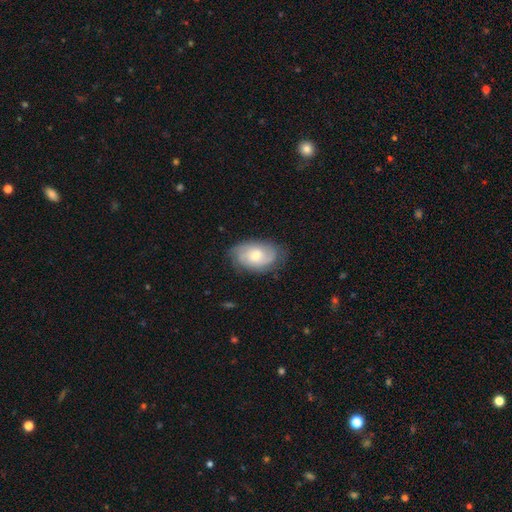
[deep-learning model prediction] smooth-or-featured: featured or disk: 60% | smooth: 33% | star or artifact: 7%
  disk-edge-on: no: 95% | yes: 5%
    bar: no: 66% | weak: 30% | strong: 4%
    has-spiral-arms: yes: 89% | no: 11%
      spiral-winding: tight: 47% | medium: 38% | loose: 15%
      spiral-arm-count: 2: 41% | can't tell: 33% | 3: 15% | 1: 5% | 4: 4% | more than 4: 3%
    bulge-size: moderate: 56% | small: 37% | large: 5% | none: 2% | dominant: 1%
  merging: none: 74% | minor disturbance: 19% | major disturbance: 6% | merger: 1%